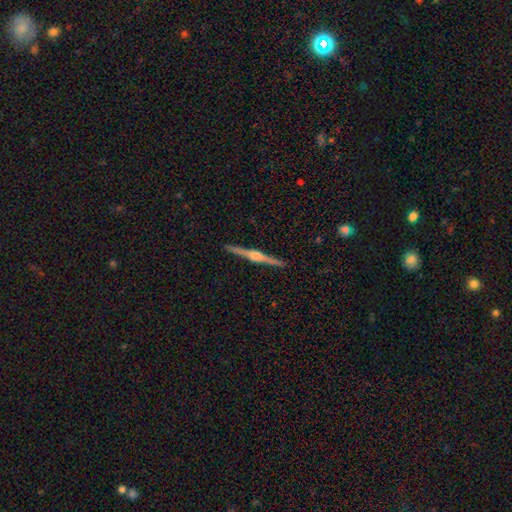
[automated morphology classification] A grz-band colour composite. It shows a featured or disk galaxy (86%) viewed edge-on (99%) with a rounded central bulge (90%). Merging: none (93%).